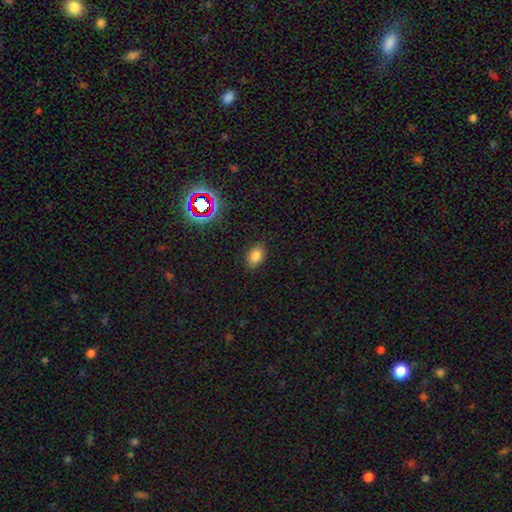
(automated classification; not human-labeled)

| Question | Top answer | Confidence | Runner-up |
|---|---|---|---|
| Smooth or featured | smooth | 80% | star or artifact (13%) |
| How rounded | in between | 80% | round (19%) |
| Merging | none | 85% | minor disturbance (11%) |